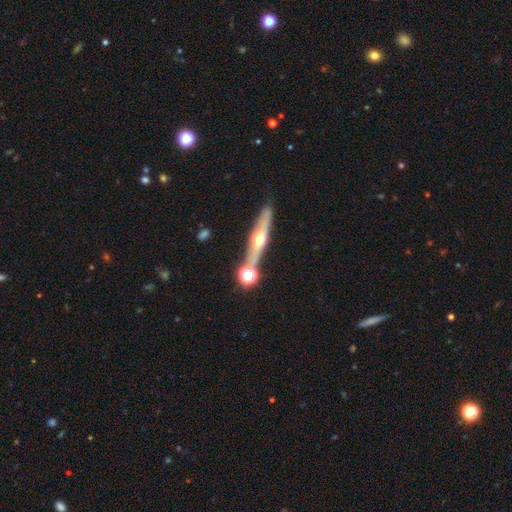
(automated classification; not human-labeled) featured or disk 64%, smooth 26%, star or artifact 9%. Down the decision tree: edge-on disk — yes (89%); edge-on bulge — rounded (93%); merging — none (66%).